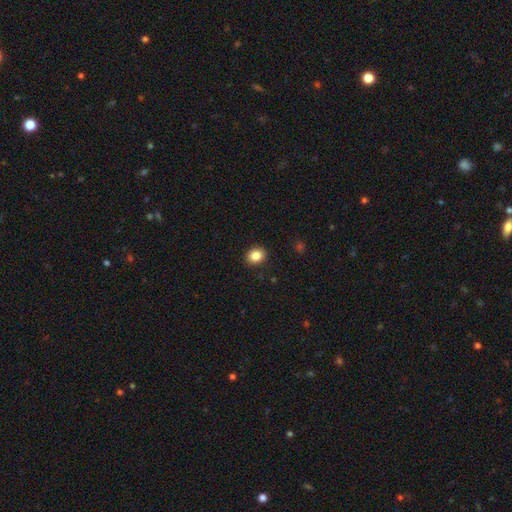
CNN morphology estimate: smooth_or_featured: smooth (p=0.86) [alt: star or artifact p=0.10]
how_rounded: round (p=0.57) [alt: in between p=0.42]
merging: none (p=0.90) [alt: minor disturbance p=0.07]